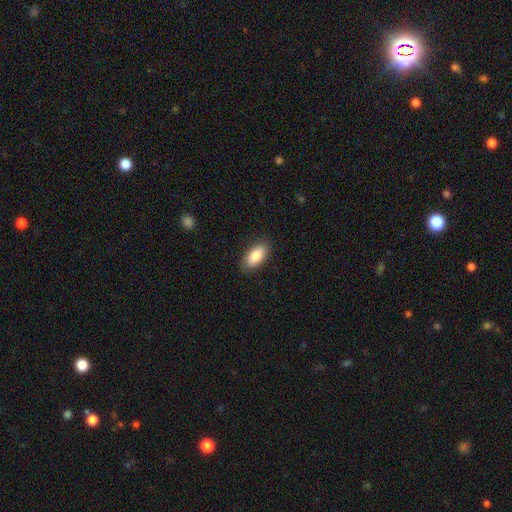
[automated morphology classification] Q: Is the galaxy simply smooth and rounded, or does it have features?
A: smooth — 84%.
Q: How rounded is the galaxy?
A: in between — 90%.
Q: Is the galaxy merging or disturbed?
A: none — 88%.